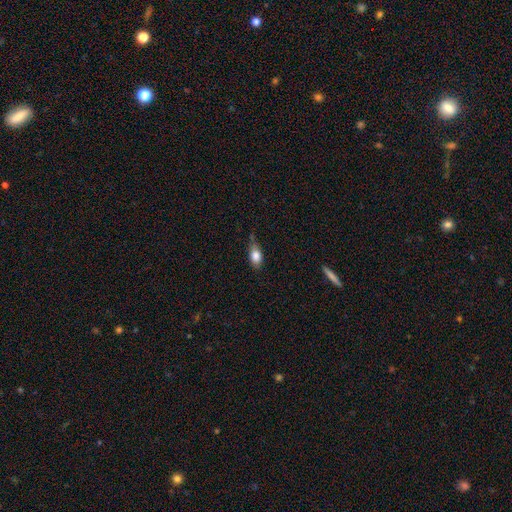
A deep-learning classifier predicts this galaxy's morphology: smooth 81%, featured or disk 11%, star or artifact 8%. Down the decision tree: how rounded — in between (83%); merging — none (52%).